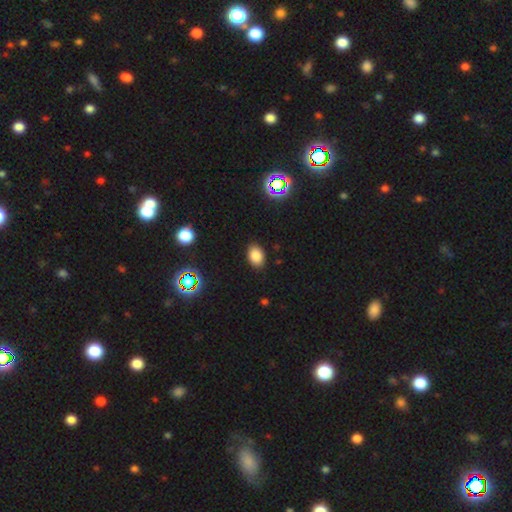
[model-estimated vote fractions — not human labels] This is clearly a smooth galaxy (82%). How rounded: clearly in between (81%). Merging: clearly none (86%).